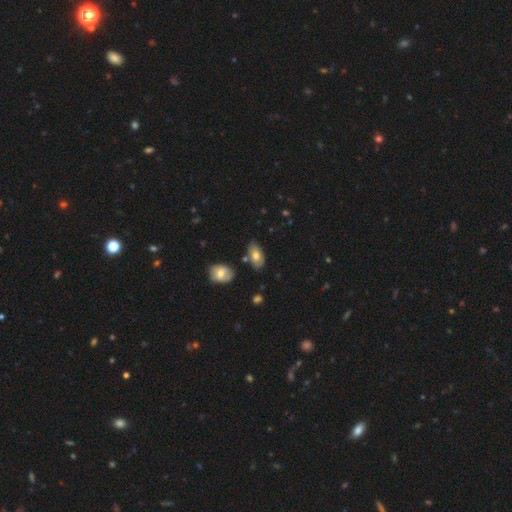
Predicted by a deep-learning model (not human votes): Q: Smooth or featured?
A: smooth (72%); runner-up: featured or disk (21%)
Q: How rounded?
A: in between (92%); runner-up: round (4%)
Q: Merging?
A: none (70%); runner-up: minor disturbance (19%)